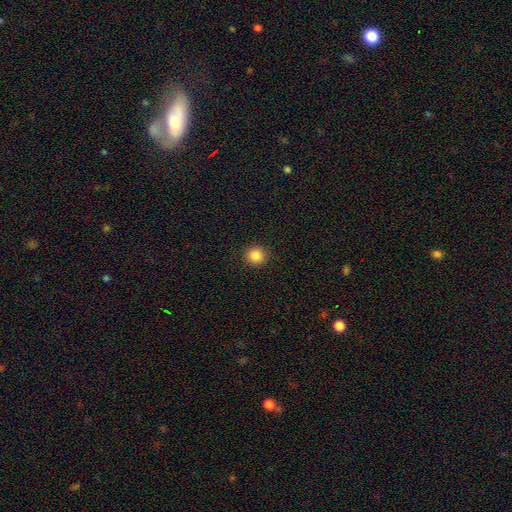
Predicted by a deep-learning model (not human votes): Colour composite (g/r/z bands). It shows a smooth galaxy with no disk features (86%) that is round (91%). Merging: none (92%).